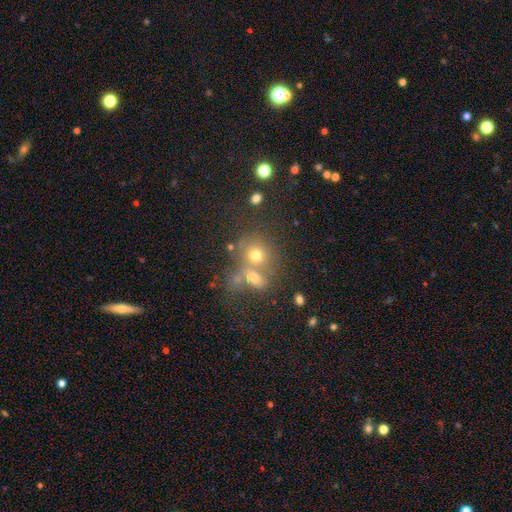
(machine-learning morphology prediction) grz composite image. It shows a smooth galaxy with no disk features (67%) that is round (71%). Merging: merger (44%).